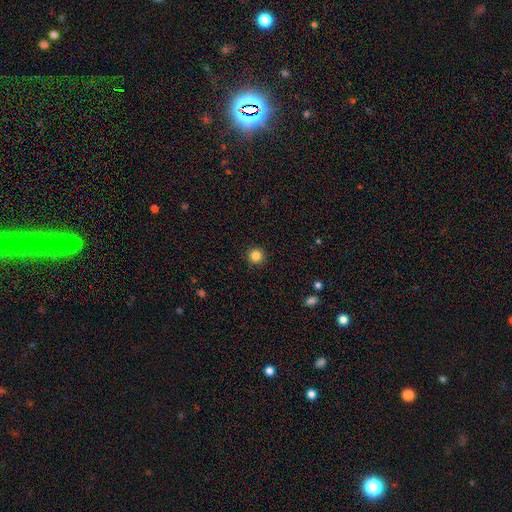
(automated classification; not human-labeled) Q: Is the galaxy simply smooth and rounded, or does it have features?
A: smooth — 85%.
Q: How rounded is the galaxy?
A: round — 95%.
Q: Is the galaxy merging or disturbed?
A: none — 92%.